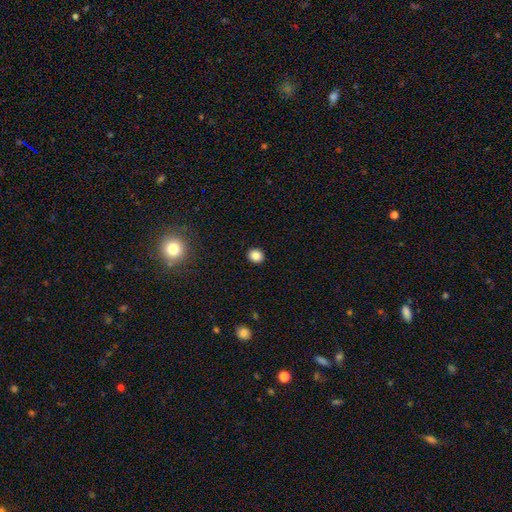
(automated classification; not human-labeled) Q: Smooth or featured?
A: smooth (85%); runner-up: star or artifact (11%)
Q: How rounded?
A: round (76%); runner-up: in between (23%)
Q: Merging?
A: none (92%); runner-up: minor disturbance (5%)